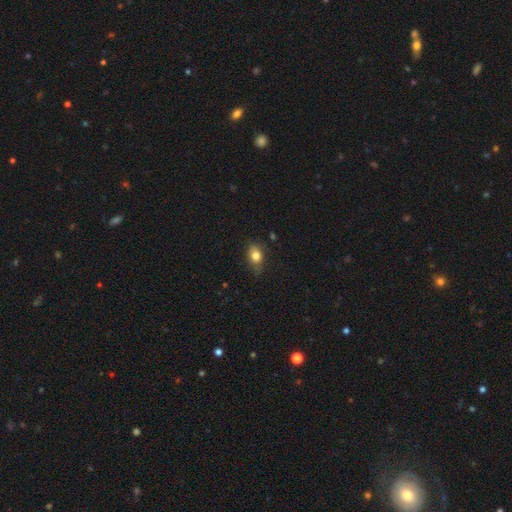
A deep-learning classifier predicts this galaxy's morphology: The model was most divided on "merging": none: 68%, minor disturbance: 25%, major disturbance: 5%, merger: 2%. More confident: smooth or featured — smooth (79%); how rounded — in between (72%).